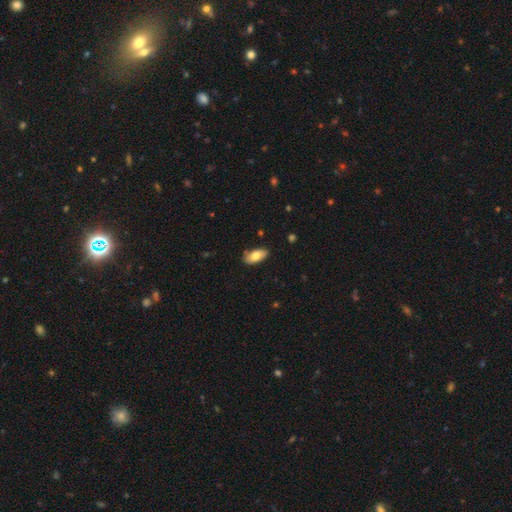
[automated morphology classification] Smooth or featured?
  - smooth: 78% *
  - featured or disk: 16%
  - star or artifact: 6%
How rounded?
  - in between: 92% *
  - cigar-shaped: 6%
  - round: 2%
Merging?
  - none: 83% *
  - minor disturbance: 13%
  - major disturbance: 2%
  - merger: 1%